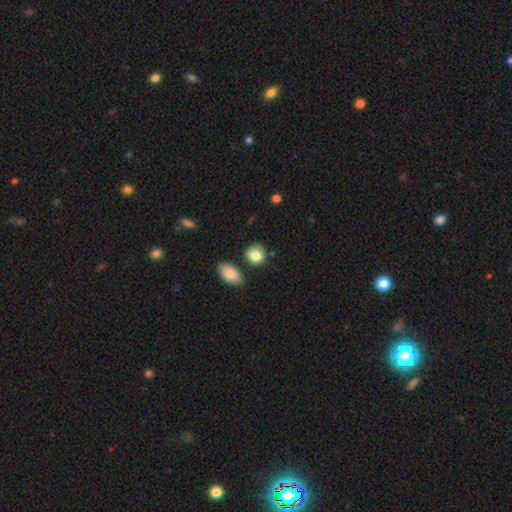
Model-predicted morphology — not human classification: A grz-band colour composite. It shows a smooth galaxy with no disk features (85%) that is round (73%). Merging: none (71%).